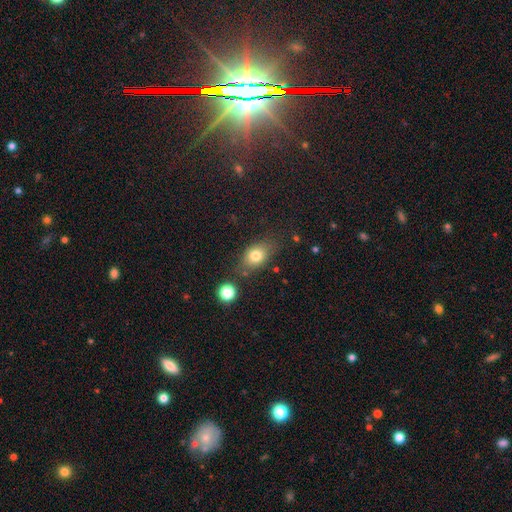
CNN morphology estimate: Overall: smooth (77%). How rounded: in between (72%). Merging: none (68%).